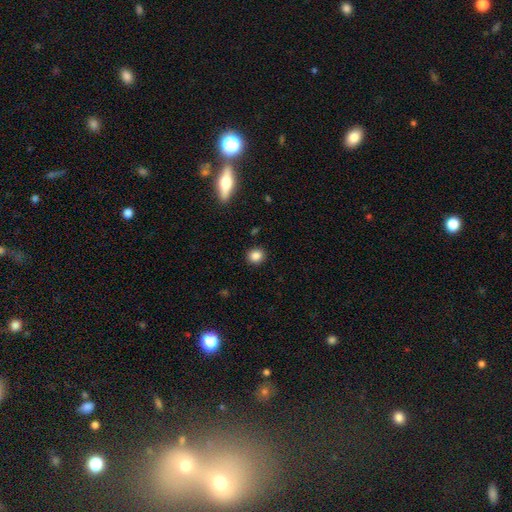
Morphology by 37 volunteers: Q: Smooth or featured?
A: smooth (86%); runner-up: featured or disk (8%)
Q: How rounded?
A: round (84%); runner-up: in between (16%)
Q: Merging?
A: none (77%); runner-up: minor disturbance (14%)